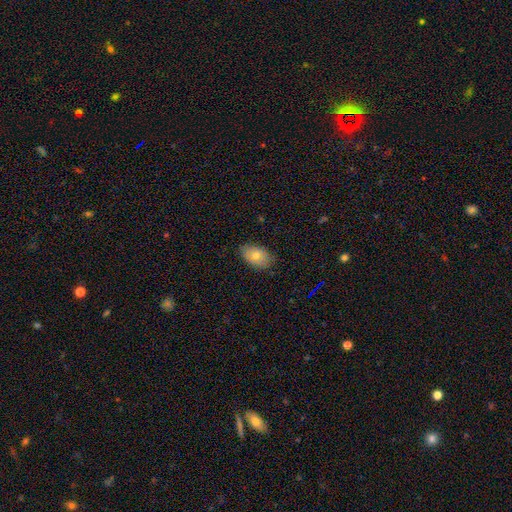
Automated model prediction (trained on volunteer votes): Smooth or featured? smooth (76%)
How rounded? in between (90%)
Merging? none (82%)